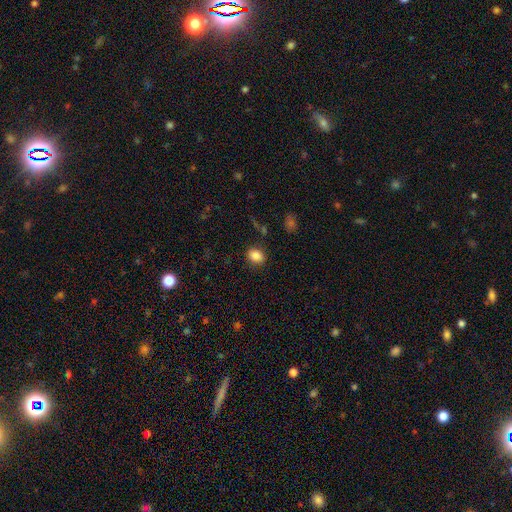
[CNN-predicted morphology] Smooth or featured?
  - smooth: 85% *
  - star or artifact: 10%
  - featured or disk: 6%
How rounded?
  - in between: 54% *
  - round: 44%
  - cigar-shaped: 1%
Merging?
  - none: 85% *
  - minor disturbance: 10%
  - major disturbance: 3%
  - merger: 2%